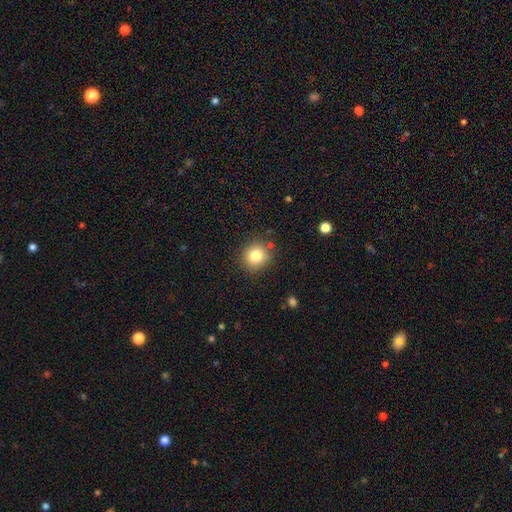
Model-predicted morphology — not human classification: smooth 81%, star or artifact 11%, featured or disk 8%. Down the decision tree: how rounded — round (88%); merging — none (85%).